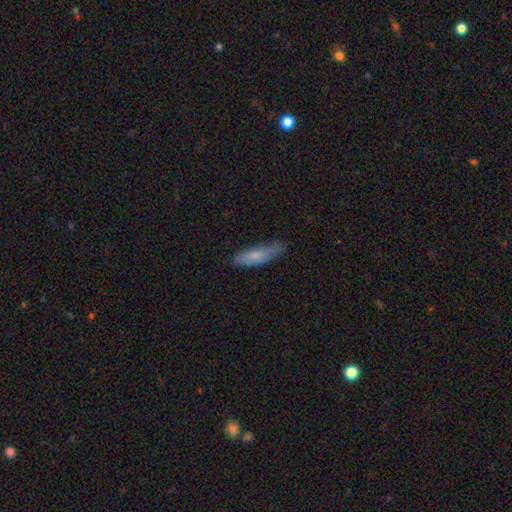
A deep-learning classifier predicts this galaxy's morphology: A smooth galaxy with no disk features (70%) that is cigar-shaped (58%). Merging: none (67%).